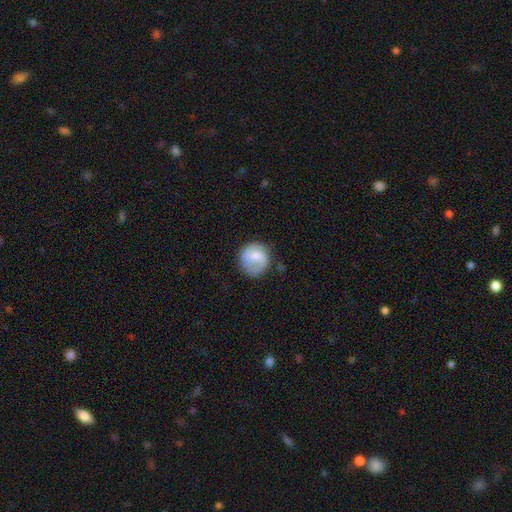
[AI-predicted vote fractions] Morphology: type=smooth (55%); roundness=round (85%); merging=none (68%).